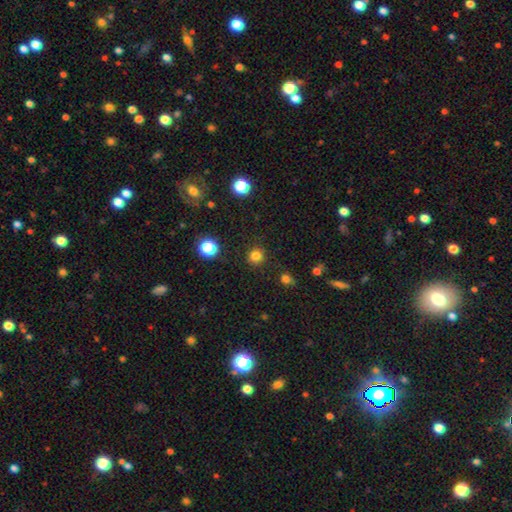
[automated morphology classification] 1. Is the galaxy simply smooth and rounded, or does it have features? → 81% smooth, 15% star or artifact, 4% featured or disk.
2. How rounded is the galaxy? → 92% round, 7% in between, 1% cigar-shaped.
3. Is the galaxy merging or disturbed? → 89% none, 7% minor disturbance, 2% major disturbance, 2% merger.